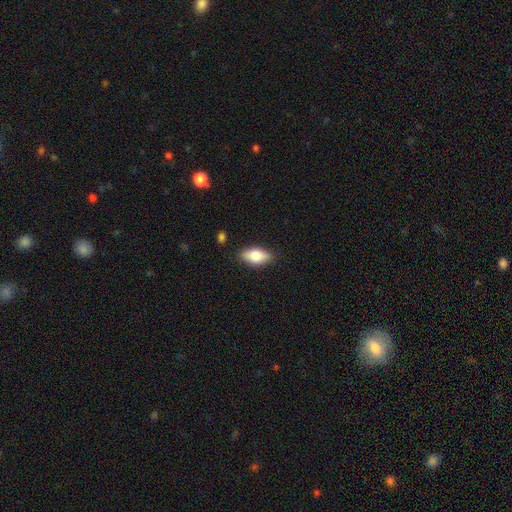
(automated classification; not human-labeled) A smooth galaxy with no disk features (77%) that is in between round and cigar-shaped (88%).

Vote fractions:
- Smooth or featured? smooth: 77% / featured or disk: 17% / star or artifact: 7%
- How rounded? in between: 88% / cigar-shaped: 9% / round: 4%
- Merging? none: 85% / minor disturbance: 11% / major disturbance: 2% / merger: 1%